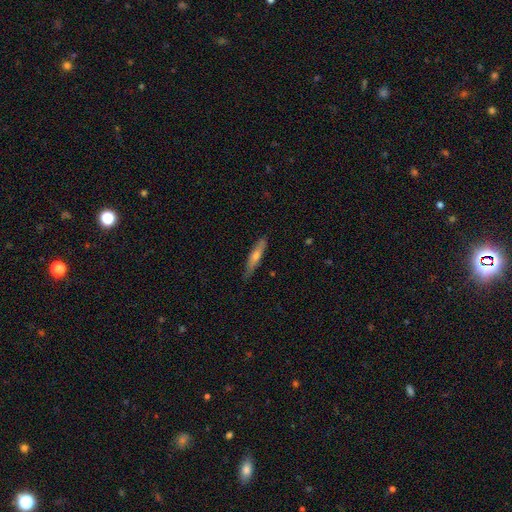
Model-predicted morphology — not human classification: This appears to be a featured or disk galaxy (47%, tied with smooth). Merging: none (85%).